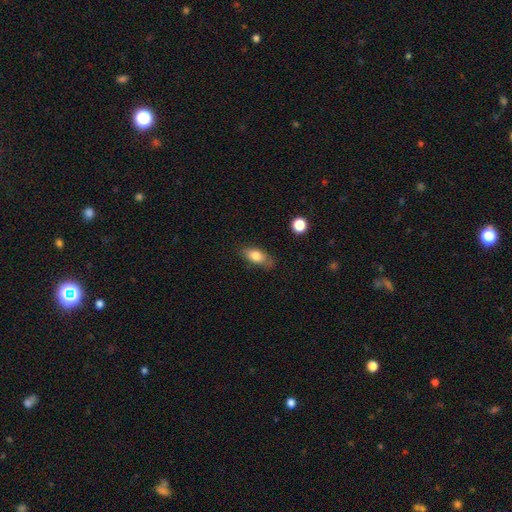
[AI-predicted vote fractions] smooth-or-featured: smooth: 77% | featured or disk: 15% | star or artifact: 8%
  how-rounded: in between: 83% | cigar-shaped: 10% | round: 7%
  merging: none: 71% | minor disturbance: 21% | major disturbance: 5% | merger: 2%